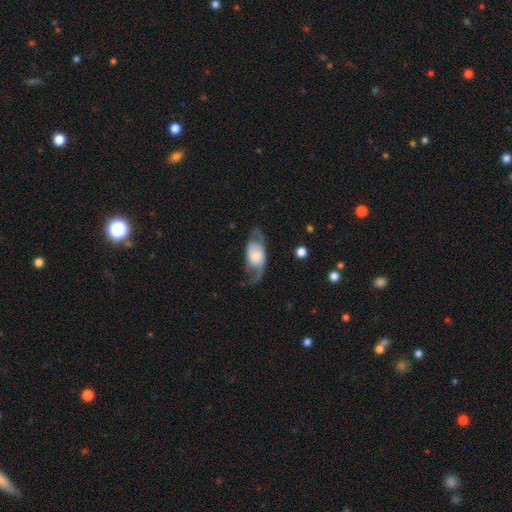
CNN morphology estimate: type=featured or disk (62%); edge-on=no (88%); bar=no (68%); spiral arms=yes (75%); bulge=moderate (43%); merging=none (51%).